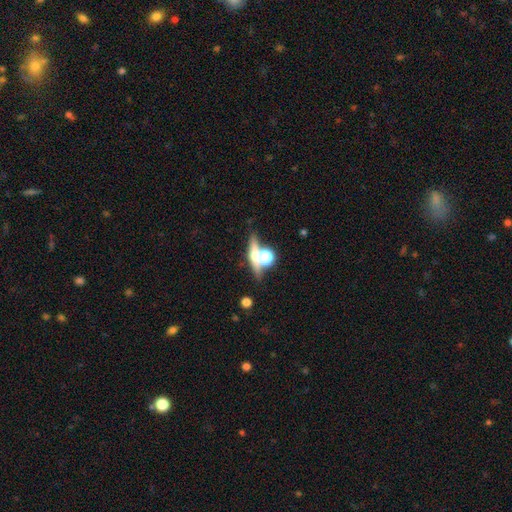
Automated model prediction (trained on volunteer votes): Smooth or featured?
  - smooth: 43% *
  - featured or disk: 39%
  - star or artifact: 18%
Merging?
  - none: 58% *
  - merger: 24%
  - minor disturbance: 11%
  - major disturbance: 6%